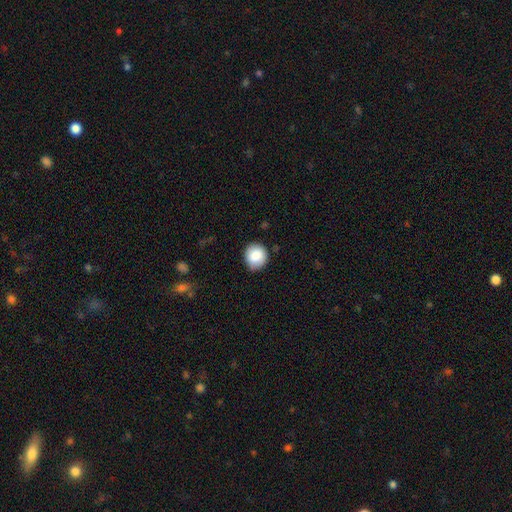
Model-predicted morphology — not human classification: smooth 87%, star or artifact 8%, featured or disk 6%. Down the decision tree: how rounded — round (86%); merging — none (81%).